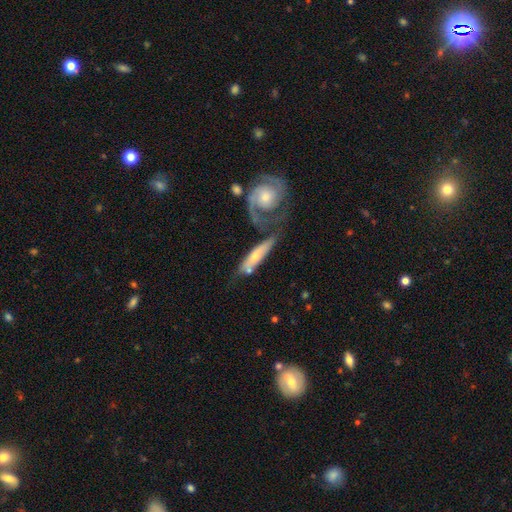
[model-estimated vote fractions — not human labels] Smooth or featured?
  - featured or disk: 48% *
  - smooth: 46%
  - star or artifact: 5%
Merging?
  - none: 41% *
  - merger: 30%
  - minor disturbance: 18%
  - major disturbance: 11%